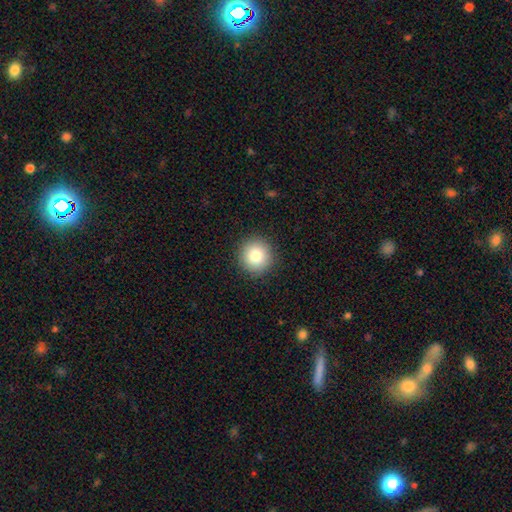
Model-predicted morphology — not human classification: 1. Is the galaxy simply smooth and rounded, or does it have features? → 81% smooth, 11% star or artifact, 8% featured or disk.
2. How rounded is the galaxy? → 94% round, 5% in between, 1% cigar-shaped.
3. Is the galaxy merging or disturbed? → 92% none, 6% minor disturbance, 2% major disturbance, 1% merger.